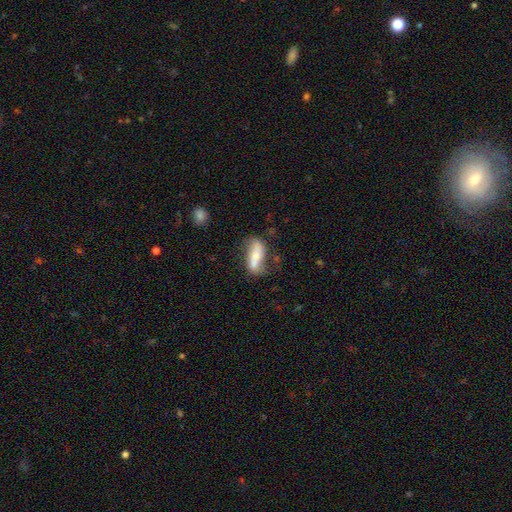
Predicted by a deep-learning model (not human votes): The model was most divided on "smooth or featured": featured or disk: 49%, smooth: 44%, star or artifact: 7%. More confident: merging — none (54%).